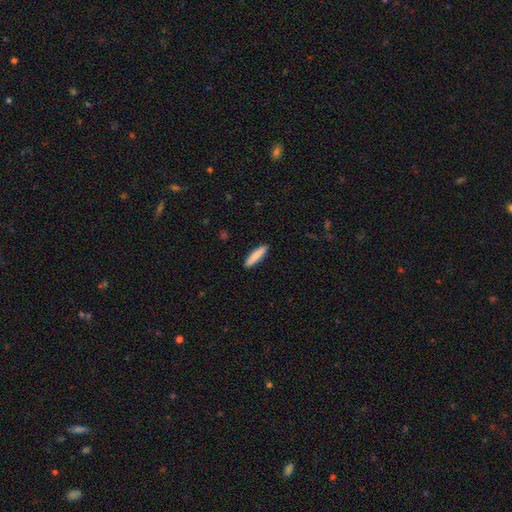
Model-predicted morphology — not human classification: A smooth galaxy with no disk features (85%) that is cigar-shaped (80%). Merging: none (91%).